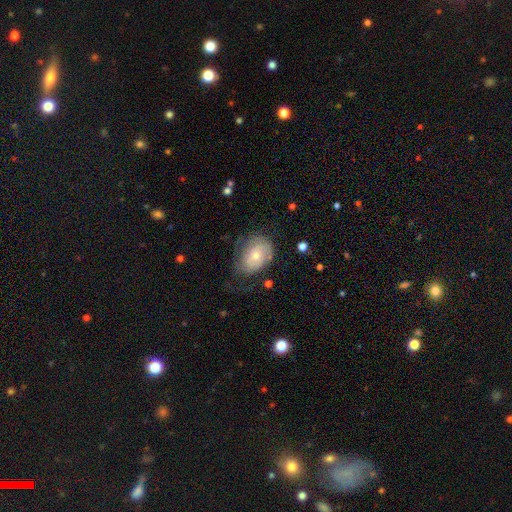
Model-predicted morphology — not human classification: smooth-or-featured: smooth: 48% | featured or disk: 45% | star or artifact: 7%
  merging: none: 51% | minor disturbance: 29% | major disturbance: 18% | merger: 2%